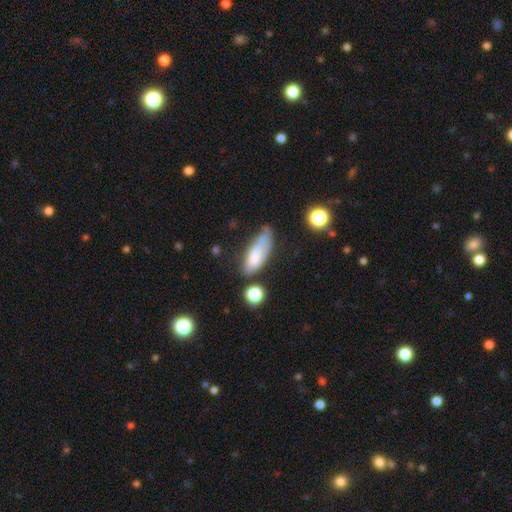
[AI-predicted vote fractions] This is likely a smooth galaxy (67%). How rounded: likely in between (63%). Merging: marginally none (39%).